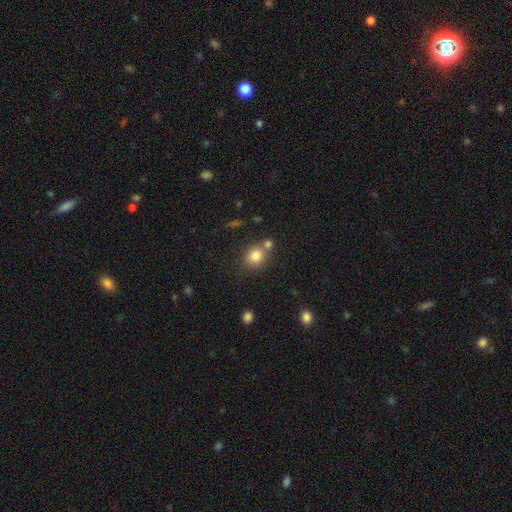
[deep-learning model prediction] Smooth or featured: smooth — 82% (star or artifact — 10%)
How rounded: round — 75% (in between — 24%)
Merging: none — 58% (merger — 28%)